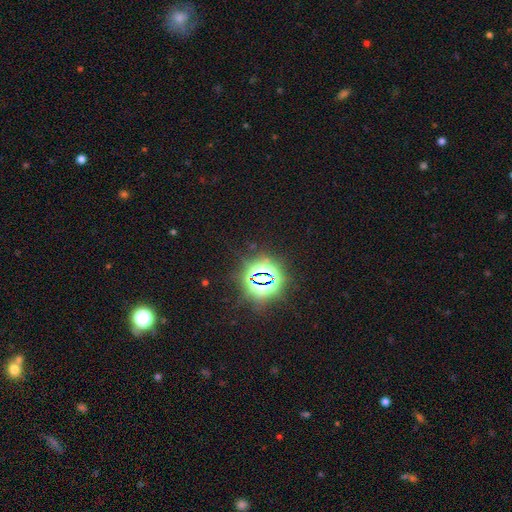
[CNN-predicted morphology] A star or artifact, not a galaxy (82%).

Vote fractions:
- Smooth or featured? star or artifact: 82% / smooth: 11% / featured or disk: 7%